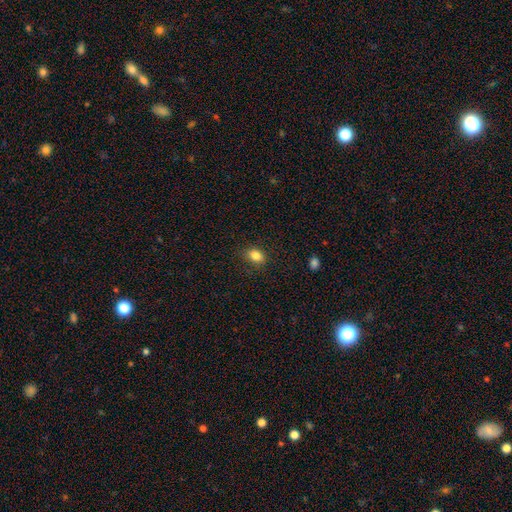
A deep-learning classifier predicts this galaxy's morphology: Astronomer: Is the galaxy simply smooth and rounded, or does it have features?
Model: smooth — 84%.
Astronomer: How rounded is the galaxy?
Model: in between — 74%.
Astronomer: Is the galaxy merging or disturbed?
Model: none — 84%.